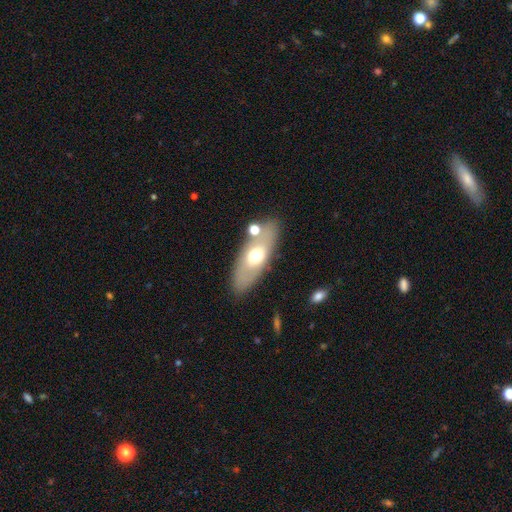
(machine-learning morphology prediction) A smooth galaxy with no disk features (54%) that is in between round and cigar-shaped (75%).

Vote fractions:
- Smooth or featured? smooth: 54% / featured or disk: 39% / star or artifact: 7%
- How rounded? in between: 75% / cigar-shaped: 21% / round: 4%
- Merging? none: 75% / minor disturbance: 13% / merger: 8% / major disturbance: 4%